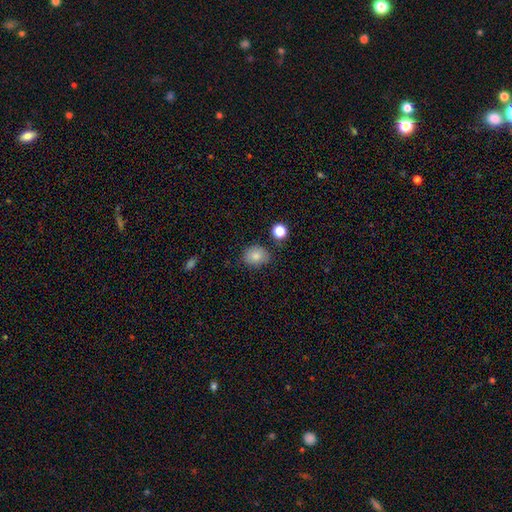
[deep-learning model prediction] This is clearly a smooth galaxy (83%). How rounded: possibly round (54%). Merging: likely none (77%).